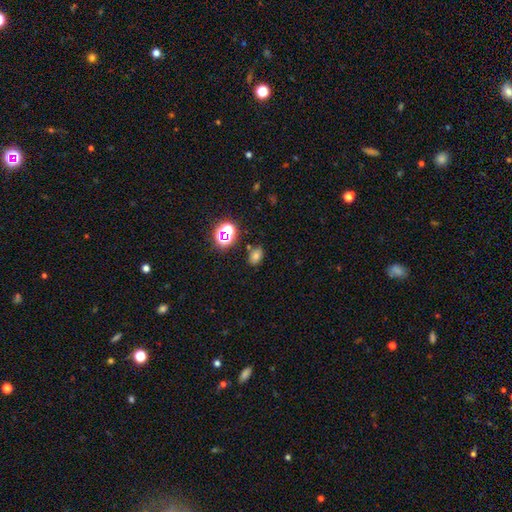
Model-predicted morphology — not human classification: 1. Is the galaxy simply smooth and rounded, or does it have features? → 61% smooth, 30% star or artifact, 9% featured or disk.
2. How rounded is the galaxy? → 72% in between, 26% round, 2% cigar-shaped.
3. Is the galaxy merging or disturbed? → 83% none, 10% minor disturbance, 4% merger, 3% major disturbance.